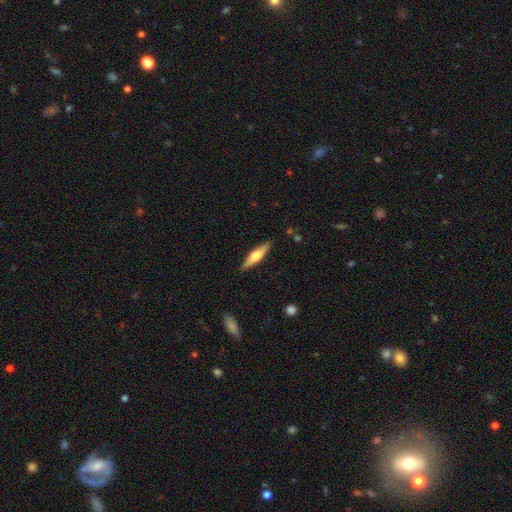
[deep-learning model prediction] A featured or disk galaxy (50%). Merging: none (88%).